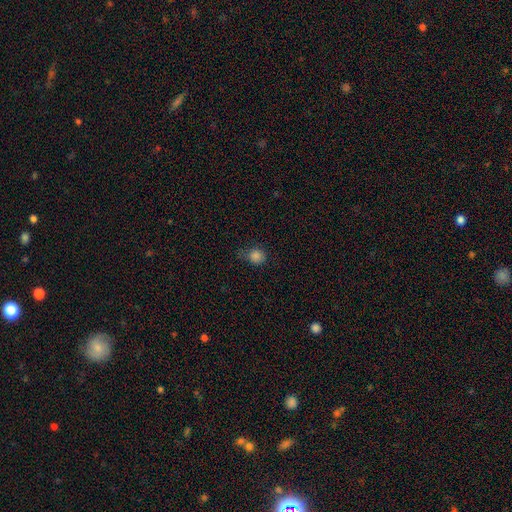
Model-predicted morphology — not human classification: The model was most divided on "merging": none: 66%, minor disturbance: 25%, major disturbance: 7%, merger: 2%. More confident: smooth or featured — smooth (83%); how rounded — round (80%).